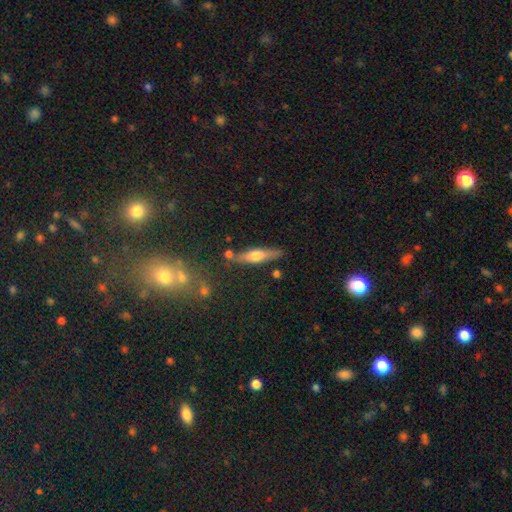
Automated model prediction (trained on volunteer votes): Smooth or featured: smooth — 47% (featured or disk — 46%)
Merging: none — 79% (minor disturbance — 12%)